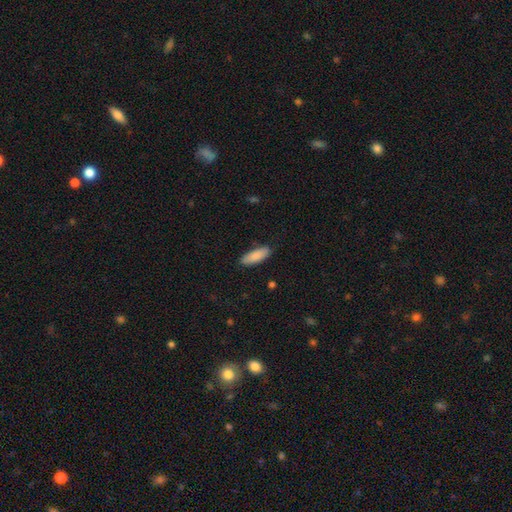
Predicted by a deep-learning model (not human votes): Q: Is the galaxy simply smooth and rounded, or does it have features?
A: smooth — 88%.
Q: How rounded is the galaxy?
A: in between — 65%.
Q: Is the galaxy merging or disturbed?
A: none — 84%.